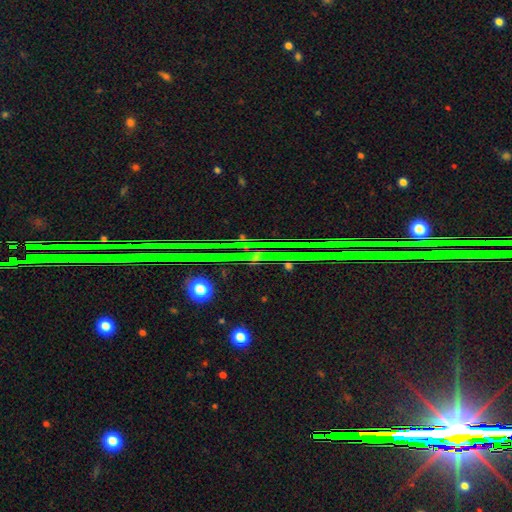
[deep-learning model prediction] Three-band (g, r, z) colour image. It shows a star or artifact, not a galaxy (86%).